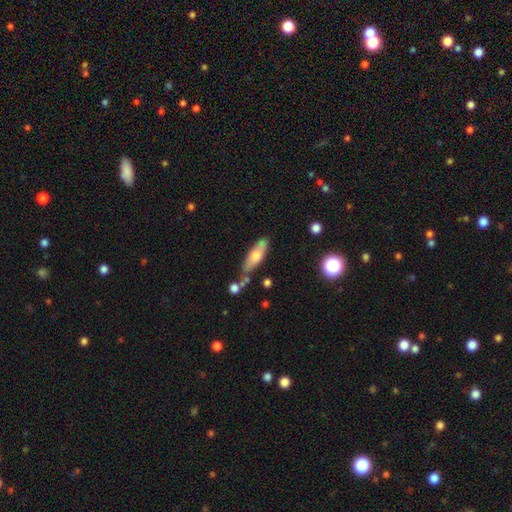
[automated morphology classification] smooth-or-featured: smooth: 59% | featured or disk: 34% | star or artifact: 7%
  how-rounded: in between: 50% | cigar-shaped: 48% | round: 3%
  merging: none: 68% | minor disturbance: 18% | merger: 9% | major disturbance: 4%